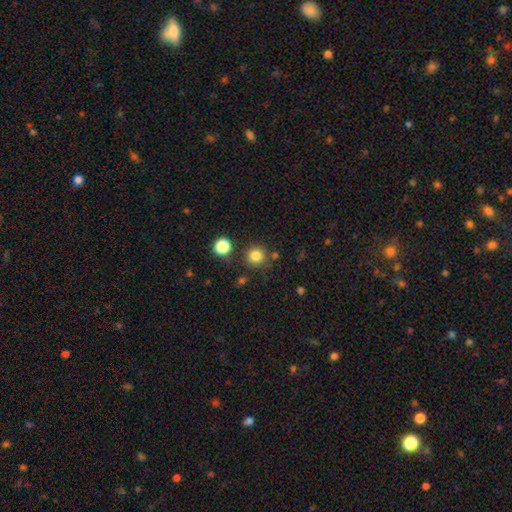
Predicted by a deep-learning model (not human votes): smooth-or-featured: smooth: 82% | star or artifact: 13% | featured or disk: 5%
  how-rounded: round: 93% | in between: 6% | cigar-shaped: 1%
  merging: none: 83% | minor disturbance: 9% | merger: 6% | major disturbance: 3%